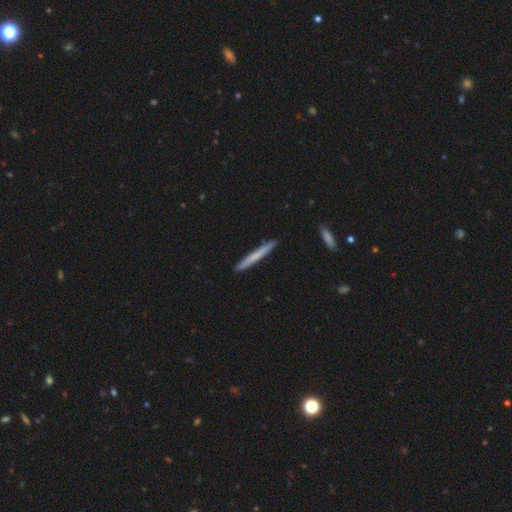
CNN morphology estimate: type=smooth (66%); roundness=cigar-shaped (97%); merging=none (92%).